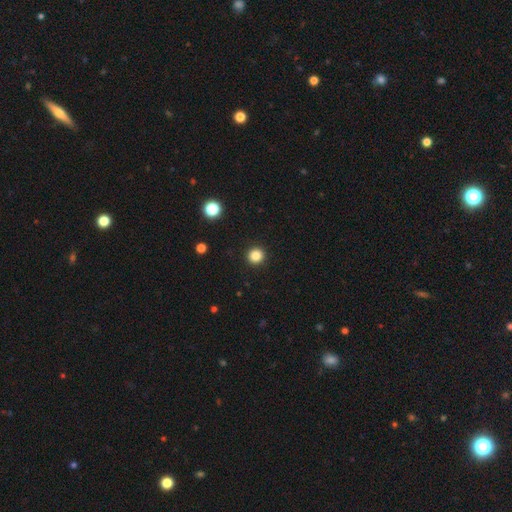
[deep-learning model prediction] smooth 84%, star or artifact 12%, featured or disk 4%. Down the decision tree: how rounded — round (94%); merging — none (93%).